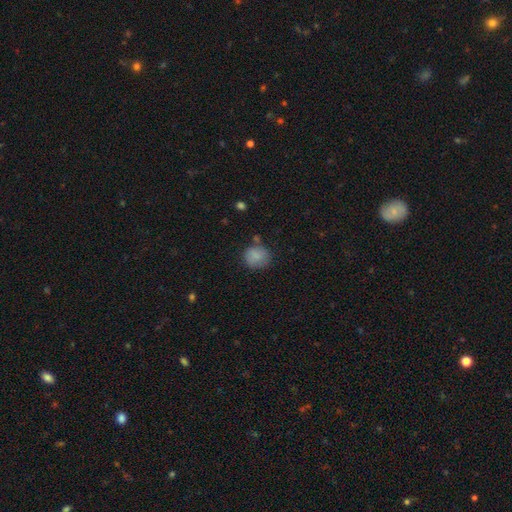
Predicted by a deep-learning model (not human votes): Q: Smooth or featured?
A: smooth (83%); runner-up: star or artifact (9%)
Q: How rounded?
A: round (79%); runner-up: in between (20%)
Q: Merging?
A: none (68%); runner-up: minor disturbance (21%)